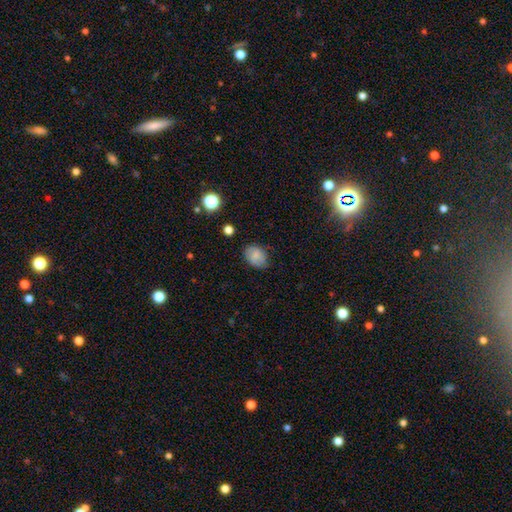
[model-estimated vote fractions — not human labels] Smooth or featured: smooth — 77% (featured or disk — 14%)
How rounded: in between — 65% (round — 34%)
Merging: none — 71% (minor disturbance — 22%)